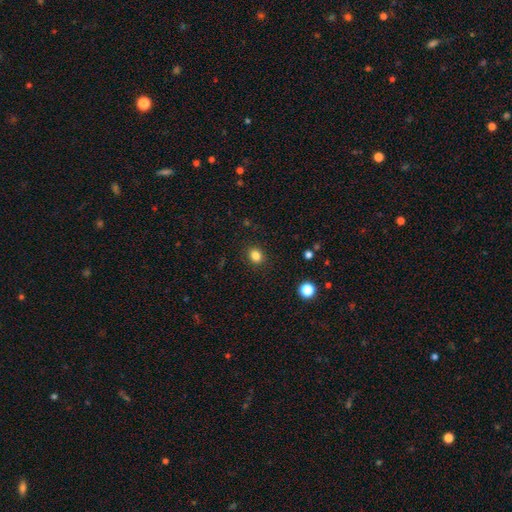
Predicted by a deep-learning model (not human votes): The model was most divided on "how rounded": round: 59%, in between: 41%, cigar-shaped: 1%. More confident: merging — none (89%); smooth or featured — smooth (84%).